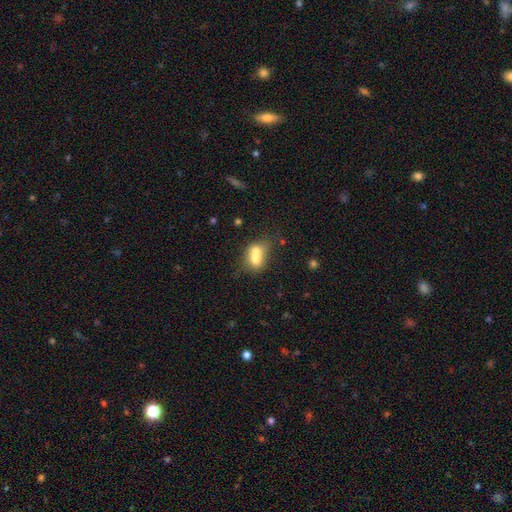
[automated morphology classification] smooth-or-featured: smooth: 67% | featured or disk: 24% | star or artifact: 10%
  how-rounded: in between: 58% | round: 40% | cigar-shaped: 2%
  merging: merger: 65% | none: 22% | minor disturbance: 9% | major disturbance: 4%